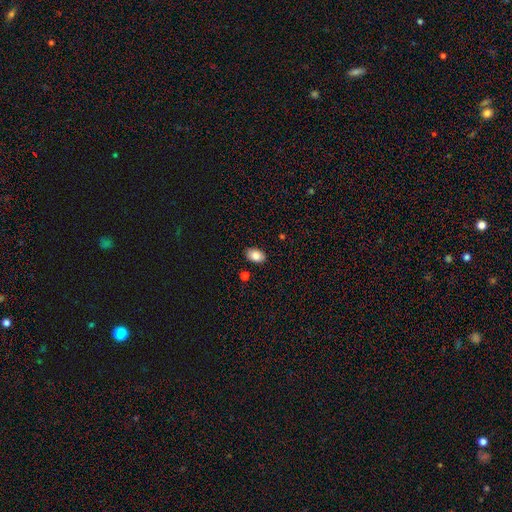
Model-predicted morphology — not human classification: Smooth or featured? Predicted: smooth (p=0.85). How rounded? Predicted: in between (p=0.87). Merging? Predicted: none (p=0.86).